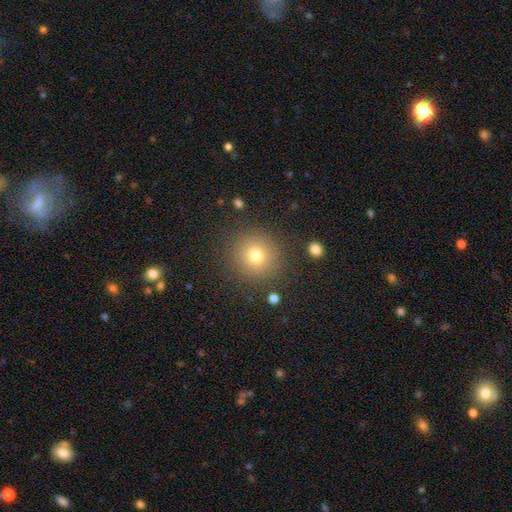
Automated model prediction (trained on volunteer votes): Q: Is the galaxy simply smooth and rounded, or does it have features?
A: smooth — 74%.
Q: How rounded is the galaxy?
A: round — 92%.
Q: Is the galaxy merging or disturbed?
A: none — 89%.